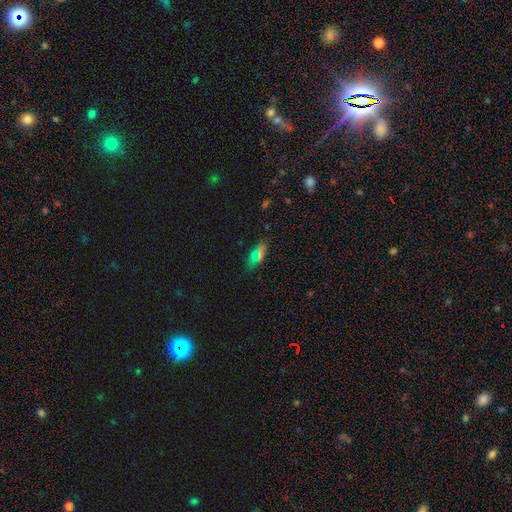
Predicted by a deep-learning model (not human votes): Smooth or featured: smooth — 58% (star or artifact — 31%)
How rounded: in between — 77% (cigar-shaped — 15%)
Merging: none — 79% (minor disturbance — 13%)